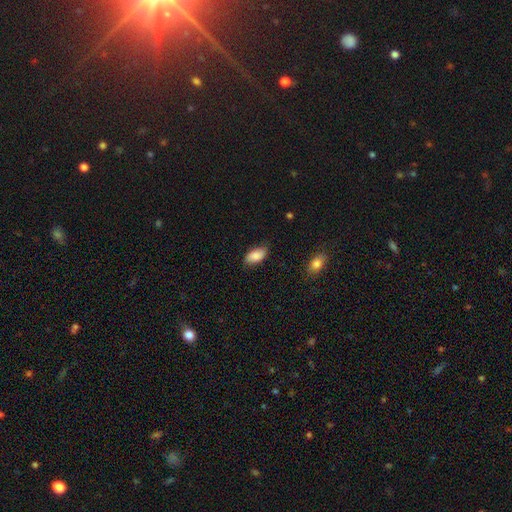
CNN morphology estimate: smooth-or-featured: smooth: 85% | featured or disk: 8% | star or artifact: 7%
  how-rounded: in between: 93% | round: 4% | cigar-shaped: 3%
  merging: none: 75% | minor disturbance: 20% | major disturbance: 4% | merger: 1%